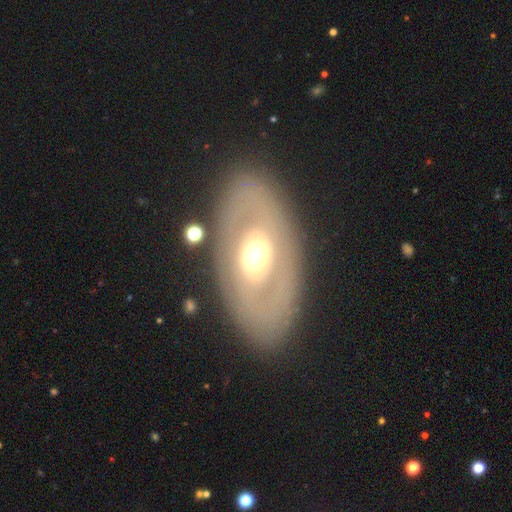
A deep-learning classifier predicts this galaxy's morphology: Smooth or featured?
  - featured or disk: 63% *
  - smooth: 31%
  - star or artifact: 6%
Edge-on disk?
  - no: 90% *
  - yes: 10%
Bar?
  - no: 79% *
  - weak: 14%
  - strong: 7%
Spiral arms?
  - no: 80% *
  - yes: 20%
Bulge size?
  - moderate: 61% *
  - large: 28%
  - small: 7%
  - dominant: 3%
  - none: 1%
Merging?
  - none: 83% *
  - minor disturbance: 10%
  - major disturbance: 5%
  - merger: 2%